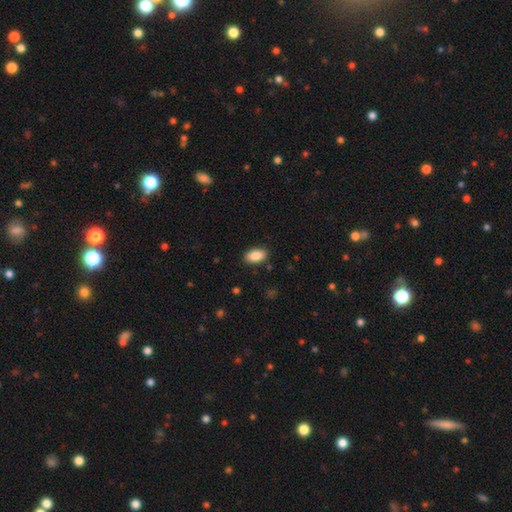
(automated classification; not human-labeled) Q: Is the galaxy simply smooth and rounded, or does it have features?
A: smooth — 89%.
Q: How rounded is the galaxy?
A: in between — 94%.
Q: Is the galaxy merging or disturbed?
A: none — 88%.